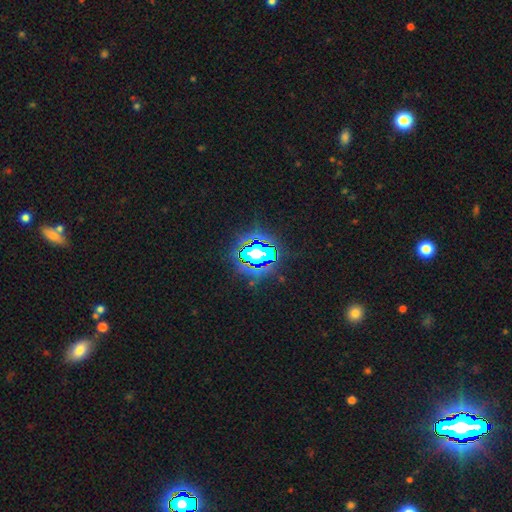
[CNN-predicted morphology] A star or artifact, not a galaxy (61%).

Vote fractions:
- Smooth or featured? star or artifact: 61% / smooth: 22% / featured or disk: 17%